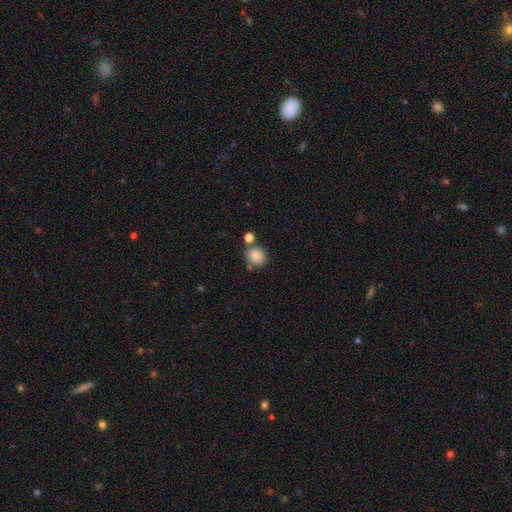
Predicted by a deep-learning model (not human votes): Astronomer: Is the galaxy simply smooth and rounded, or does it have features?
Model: smooth — 86%.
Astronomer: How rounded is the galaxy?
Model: round — 84%.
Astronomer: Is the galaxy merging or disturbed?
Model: none — 68%.